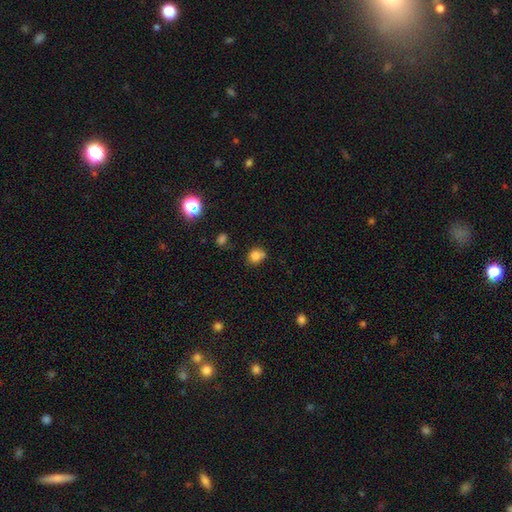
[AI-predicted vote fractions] Q: Smooth or featured?
A: smooth (79%); runner-up: star or artifact (12%)
Q: How rounded?
A: round (69%); runner-up: in between (30%)
Q: Merging?
A: none (52%); runner-up: merger (21%)